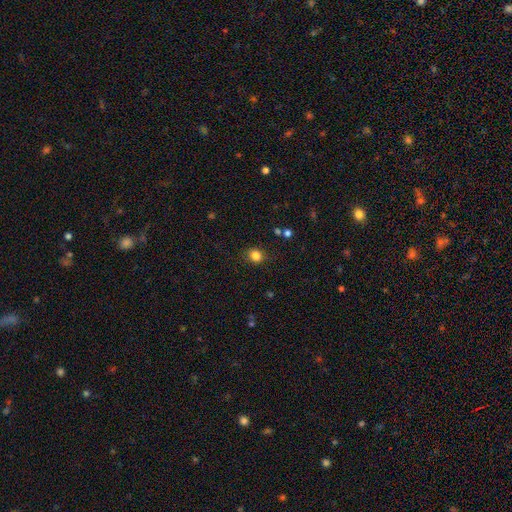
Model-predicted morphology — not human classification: The model was most divided on "how rounded": round: 71%, in between: 28%, cigar-shaped: 1%. More confident: merging — none (85%); smooth or featured — smooth (83%).